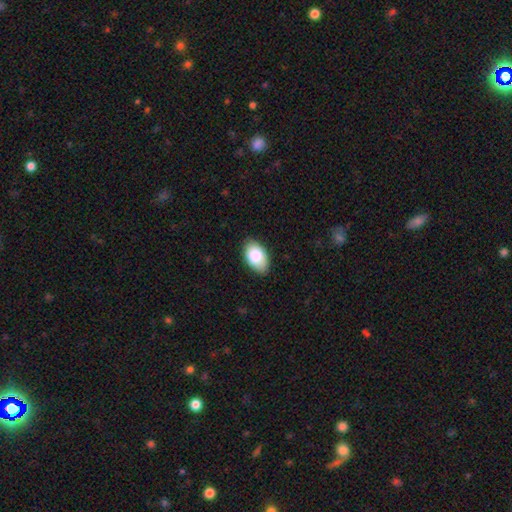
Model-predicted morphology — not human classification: Smooth or featured: smooth — 85% (featured or disk — 9%)
How rounded: in between — 93% (round — 5%)
Merging: none — 83% (minor disturbance — 14%)